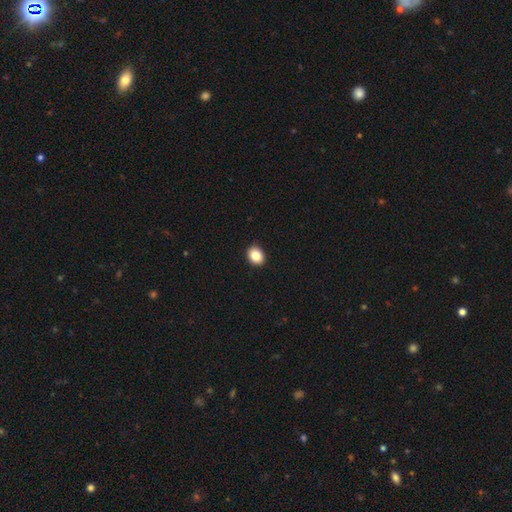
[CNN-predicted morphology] Smooth or featured? smooth (85%)
How rounded? in between (56%)
Merging? none (91%)